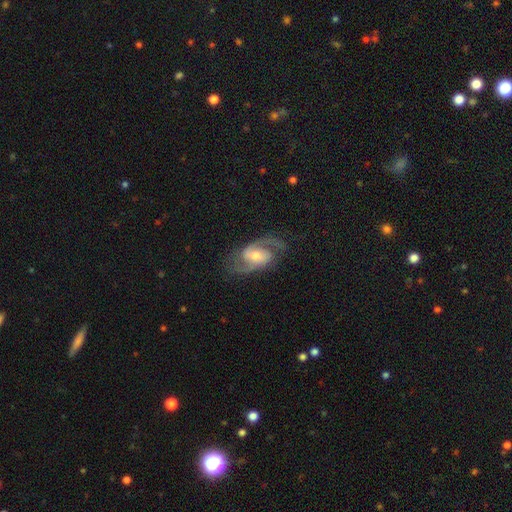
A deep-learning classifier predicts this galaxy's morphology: This appears to be a featured or disk galaxy (88%) with a weak bar (47%), 2 (90%) medium (58%) spiral arms (97%) and a moderate central bulge (52%). Merging: none (77%).